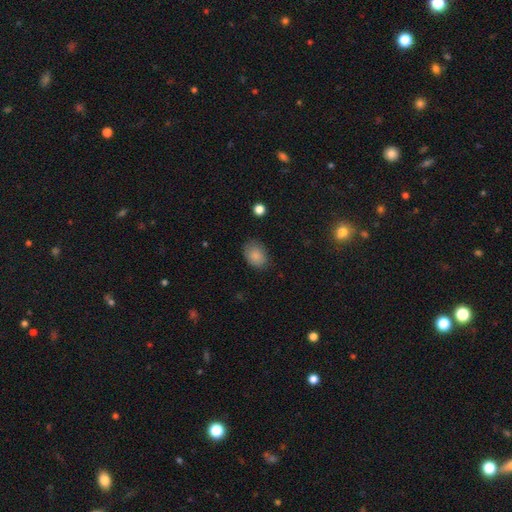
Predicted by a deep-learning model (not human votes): Overall: smooth (86%). How rounded: in between (72%). Merging: none (76%).